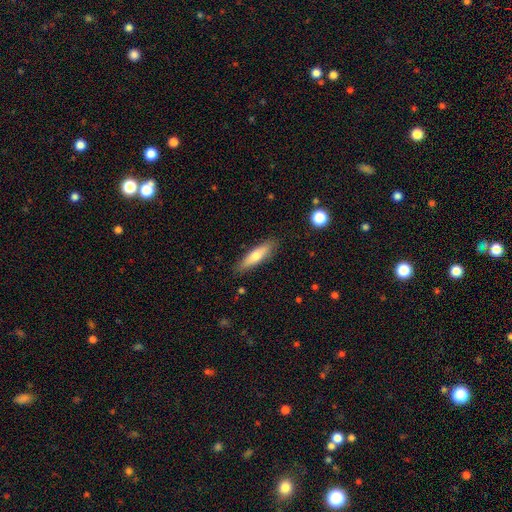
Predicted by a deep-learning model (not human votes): smooth_or_featured: smooth (p=0.66) [alt: featured or disk p=0.27]
how_rounded: cigar-shaped (p=0.71) [alt: in between p=0.28]
merging: none (p=0.85) [alt: minor disturbance p=0.11]